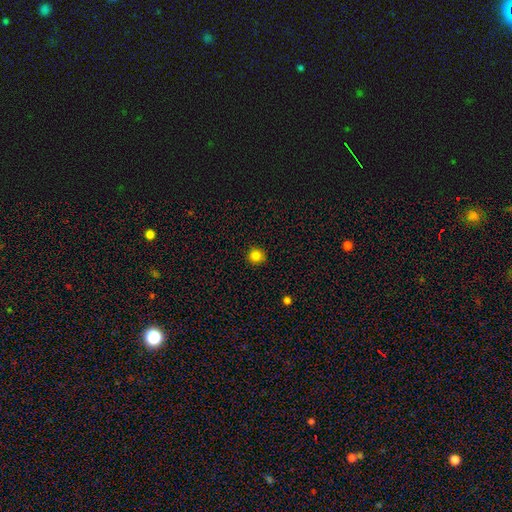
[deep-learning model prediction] Overall: smooth (84%). How rounded: round (93%). Merging: none (91%).